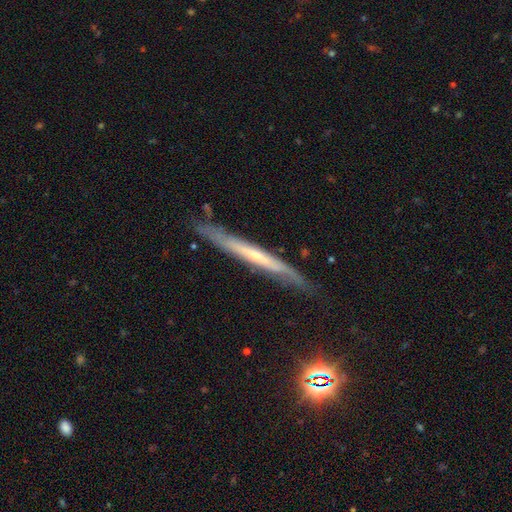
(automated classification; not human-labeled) smooth_or_featured: featured or disk (p=0.67) [alt: smooth p=0.26]
disk_edge_on: yes (p=0.89) [alt: no p=0.11]
edge_on_bulge: none (p=0.57) [alt: rounded p=0.38]
merging: none (p=0.80) [alt: minor disturbance p=0.15]